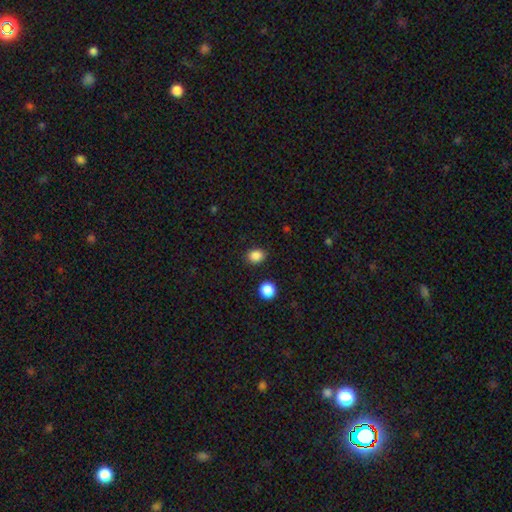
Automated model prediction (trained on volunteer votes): A smooth galaxy with no disk features (86%) that is round (50%).

Vote fractions:
- Smooth or featured? smooth: 86% / star or artifact: 11% / featured or disk: 3%
- How rounded? round: 50% / in between: 49% / cigar-shaped: 1%
- Merging? none: 87% / minor disturbance: 8% / major disturbance: 2% / merger: 2%